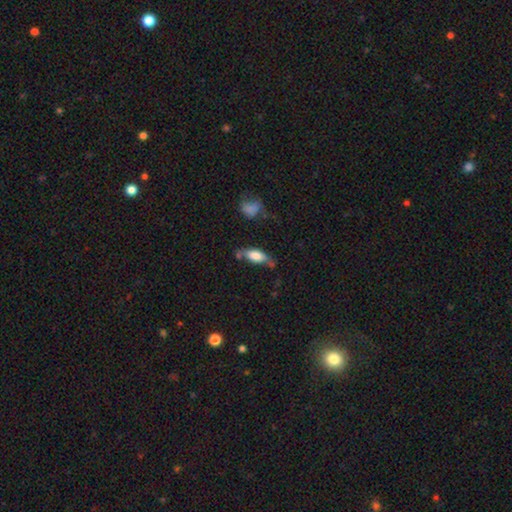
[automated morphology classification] type=smooth (69%); roundness=in between (75%); merging=none (52%).